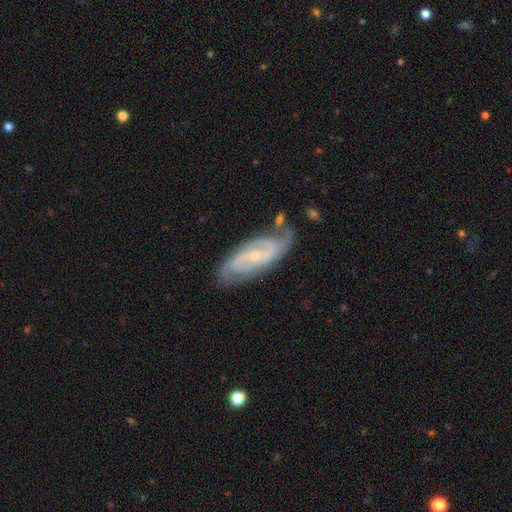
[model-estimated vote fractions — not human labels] featured or disk 83%, smooth 11%, star or artifact 6%. Down the decision tree: edge-on disk — no (92%); bar — no (42%); spiral arms — yes (95%); spiral arm count — 2 (67%); spiral winding — medium (43%); bulge size — small (75%); merging — none (64%).